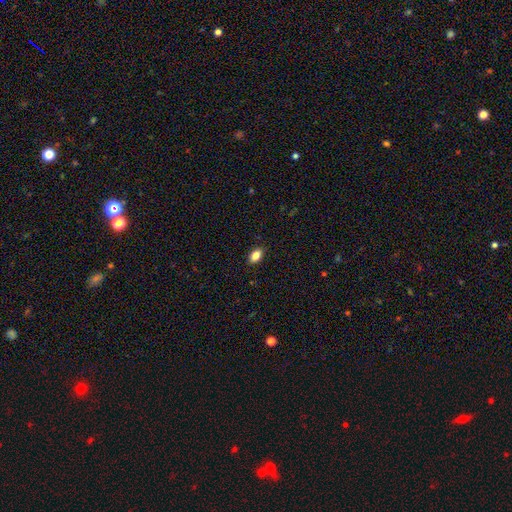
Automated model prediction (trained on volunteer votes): The model was most divided on "smooth or featured": smooth: 86%, star or artifact: 9%, featured or disk: 6%. More confident: merging — none (89%); how rounded — in between (88%).